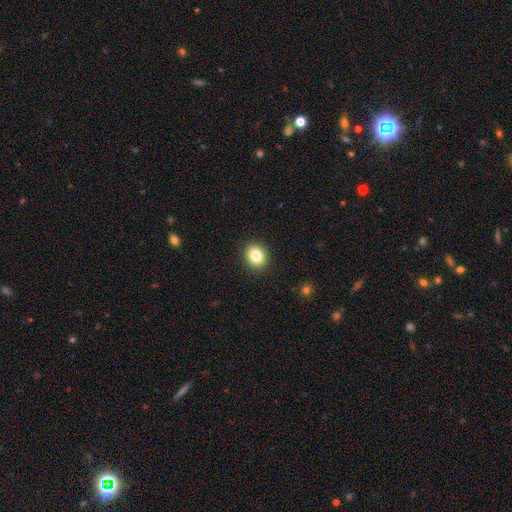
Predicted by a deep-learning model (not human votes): smooth_or_featured: smooth (p=0.84) [alt: star or artifact p=0.10]
how_rounded: round (p=0.64) [alt: in between p=0.35]
merging: none (p=0.90) [alt: minor disturbance p=0.07]